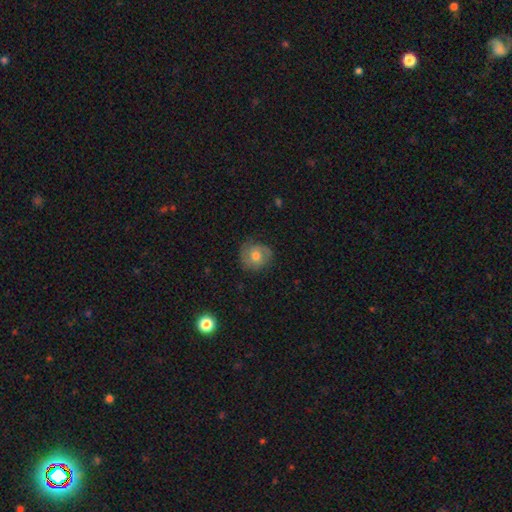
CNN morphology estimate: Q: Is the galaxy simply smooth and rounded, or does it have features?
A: smooth — 60%.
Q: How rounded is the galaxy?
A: round — 84%.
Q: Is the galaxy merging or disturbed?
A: none — 76%.